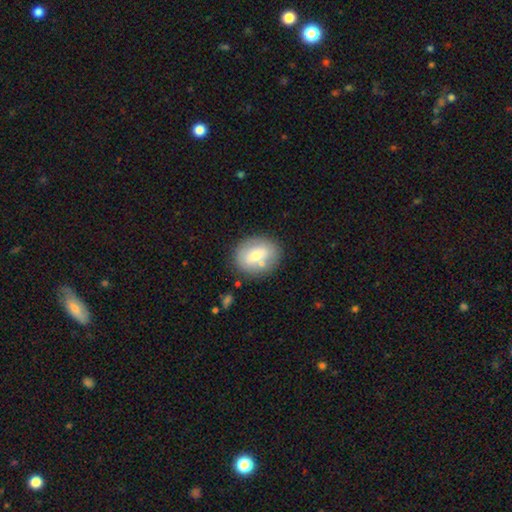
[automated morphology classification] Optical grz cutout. It shows a smooth galaxy with no disk features (63%) that is in between round and cigar-shaped (50%). Merging: none (75%).